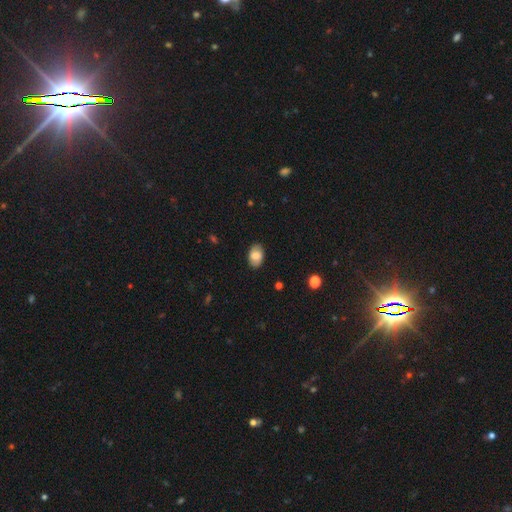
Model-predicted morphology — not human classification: The model was most divided on "smooth or featured": smooth: 77%, featured or disk: 16%, star or artifact: 7%. More confident: how rounded — in between (88%); merging — none (87%).